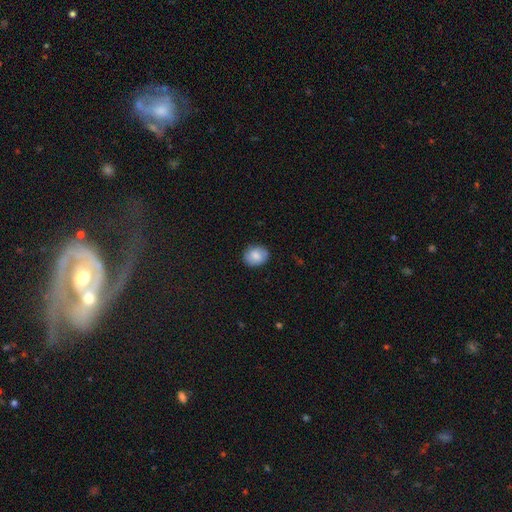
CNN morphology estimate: Q: Smooth or featured?
A: smooth (81%); runner-up: featured or disk (12%)
Q: How rounded?
A: round (56%); runner-up: in between (43%)
Q: Merging?
A: none (85%); runner-up: minor disturbance (11%)